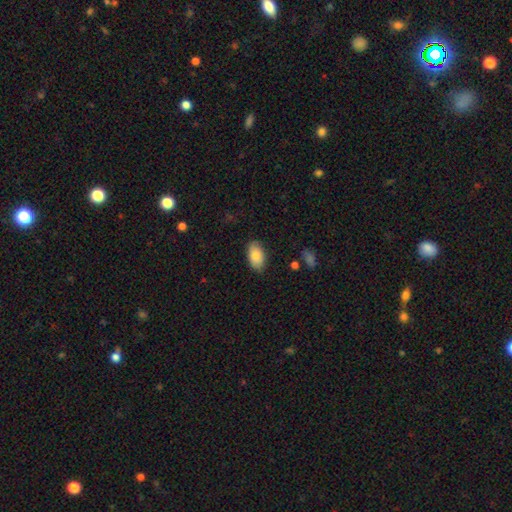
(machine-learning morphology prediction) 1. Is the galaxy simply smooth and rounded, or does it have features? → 83% smooth, 10% featured or disk, 6% star or artifact.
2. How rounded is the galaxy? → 94% in between, 4% round, 2% cigar-shaped.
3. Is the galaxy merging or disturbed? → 84% none, 12% minor disturbance, 3% major disturbance, 1% merger.